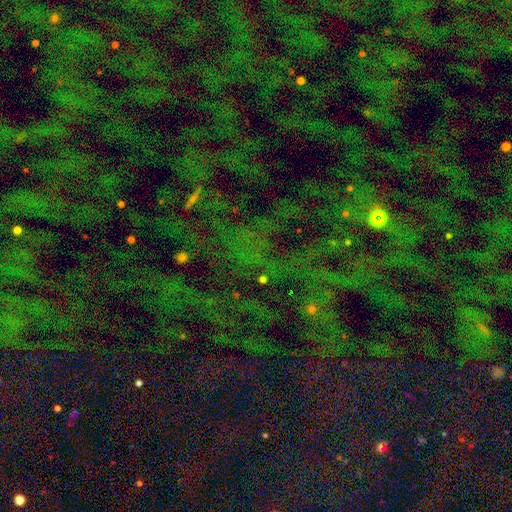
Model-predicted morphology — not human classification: This is likely a star or artifact rather than a galaxy (74%).